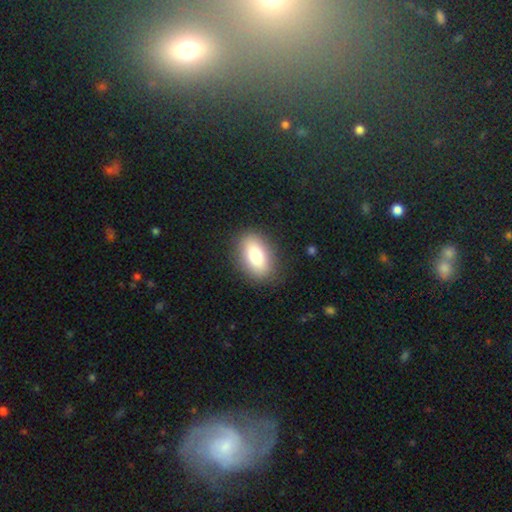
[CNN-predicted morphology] smooth_or_featured: smooth (p=0.81) [alt: featured or disk p=0.12]
how_rounded: in between (p=0.88) [alt: round p=0.09]
merging: none (p=0.86) [alt: minor disturbance p=0.10]